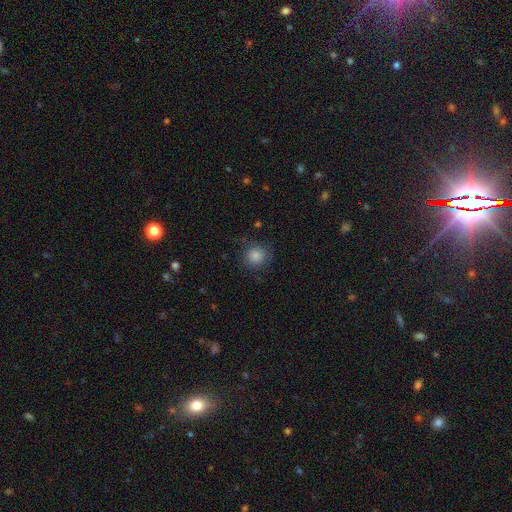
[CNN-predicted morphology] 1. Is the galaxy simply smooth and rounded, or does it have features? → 84% smooth, 10% star or artifact, 6% featured or disk.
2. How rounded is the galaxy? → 91% round, 8% in between, 1% cigar-shaped.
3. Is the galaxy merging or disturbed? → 79% none, 14% minor disturbance, 5% major disturbance, 1% merger.